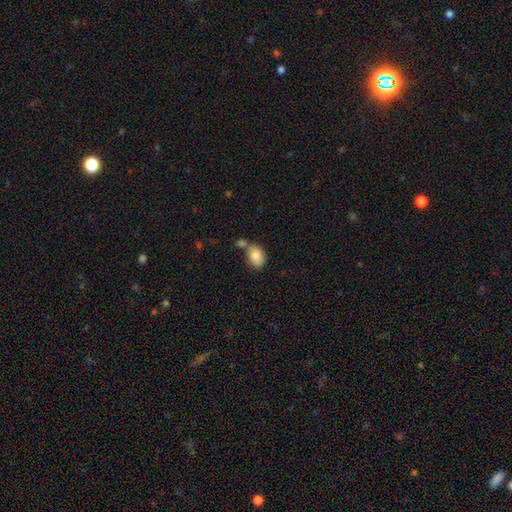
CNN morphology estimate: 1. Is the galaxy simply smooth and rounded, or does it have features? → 83% smooth, 10% featured or disk, 7% star or artifact.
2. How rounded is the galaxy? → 75% in between, 24% round, 1% cigar-shaped.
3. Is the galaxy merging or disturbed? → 49% none, 30% merger, 16% minor disturbance, 5% major disturbance.